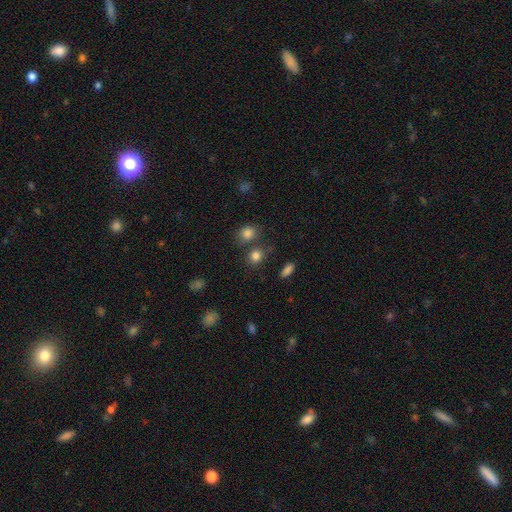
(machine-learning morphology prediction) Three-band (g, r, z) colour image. It shows a smooth galaxy with no disk features (82%) that is round (74%). Merging: none (69%).